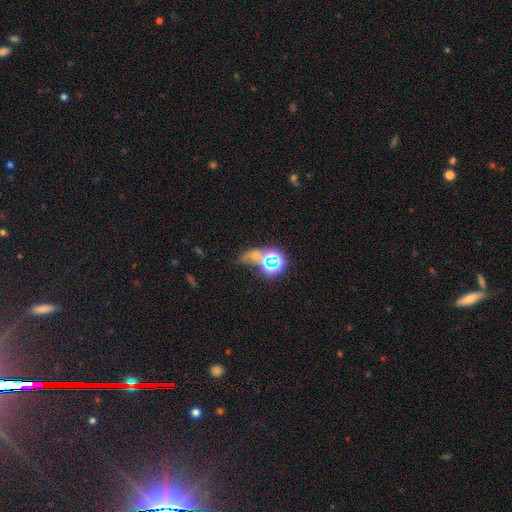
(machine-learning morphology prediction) smooth_or_featured: star or artifact (p=0.56) [alt: smooth p=0.28]